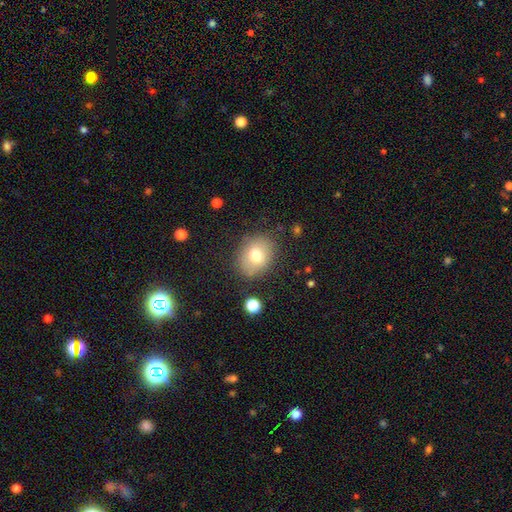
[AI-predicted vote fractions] Overall: smooth (74%). How rounded: in between (50%; round 49%). Merging: none (80%).